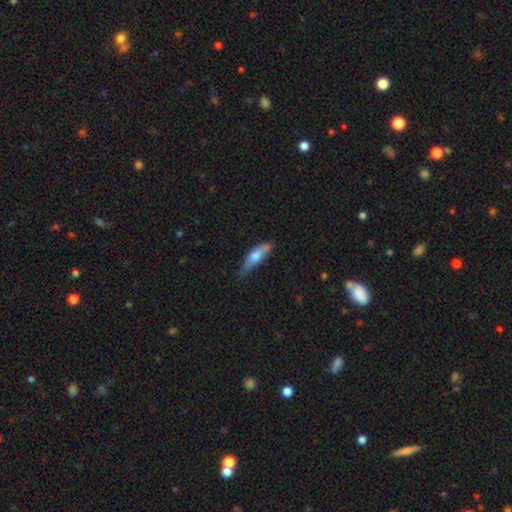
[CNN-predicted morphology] Smooth or featured? Predicted: smooth (p=0.58). How rounded? Predicted: cigar-shaped (p=0.54). Merging? Predicted: none (p=0.57).